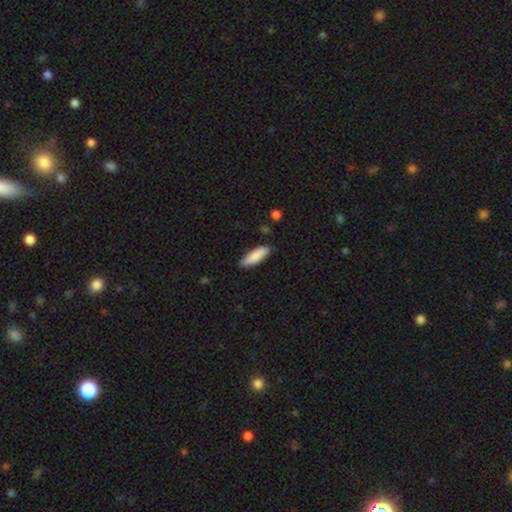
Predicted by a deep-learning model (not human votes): smooth 85%, featured or disk 9%, star or artifact 5%. Down the decision tree: how rounded — cigar-shaped (50%); merging — none (86%).